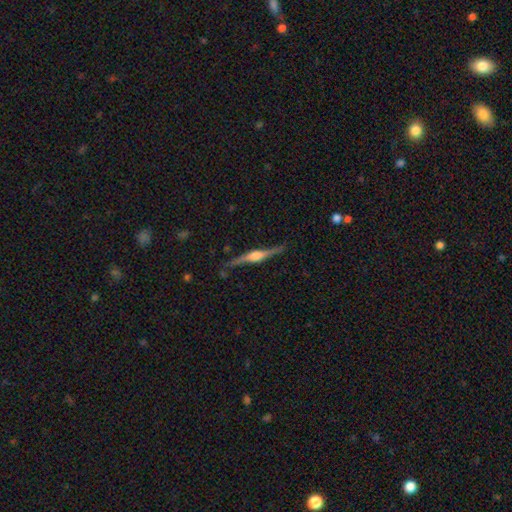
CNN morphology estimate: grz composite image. It shows a featured or disk galaxy (82%) viewed edge-on (97%) with a rounded central bulge (89%). Merging: none (82%).